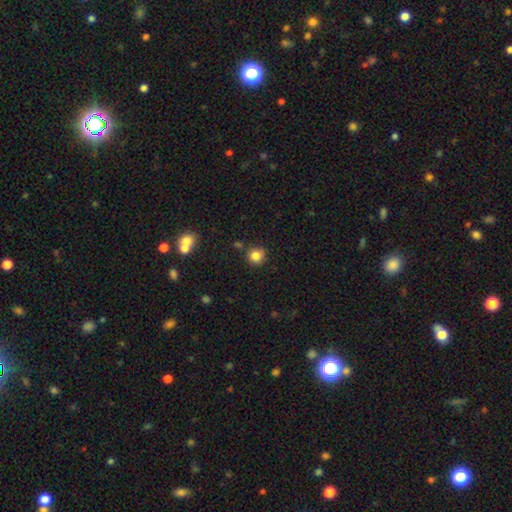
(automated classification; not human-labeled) Smooth or featured?
  - smooth: 83% *
  - star or artifact: 12%
  - featured or disk: 5%
How rounded?
  - round: 91% *
  - in between: 8%
  - cigar-shaped: 1%
Merging?
  - none: 81% *
  - minor disturbance: 10%
  - merger: 6%
  - major disturbance: 3%